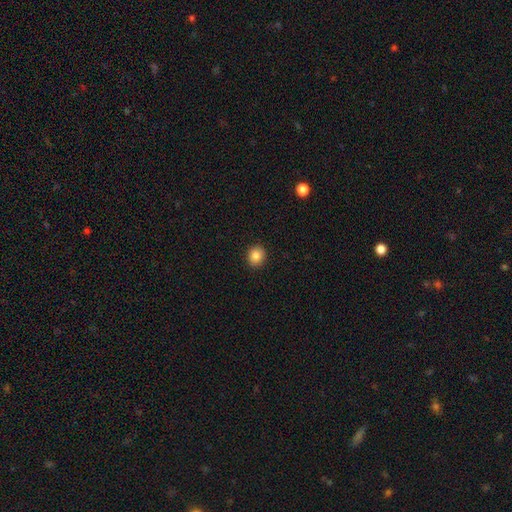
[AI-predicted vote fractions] Smooth or featured? Predicted: smooth (p=0.85). How rounded? Predicted: round (p=0.81). Merging? Predicted: none (p=0.92).